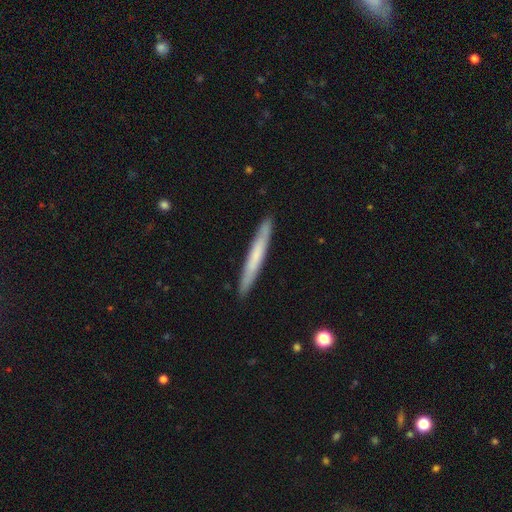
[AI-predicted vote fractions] Overall: smooth (57%; featured or disk 37%). How rounded: cigar-shaped (97%). Merging: none (90%).